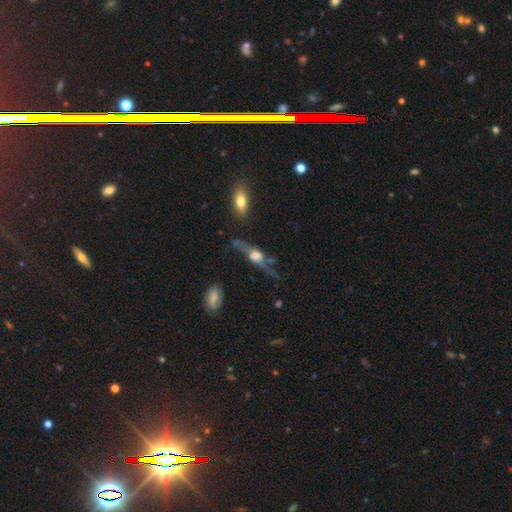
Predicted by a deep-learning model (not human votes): Morphology: type=featured or disk (70%); edge-on=yes (81%); edge-on bulge=rounded (87%); merging=none (54%).